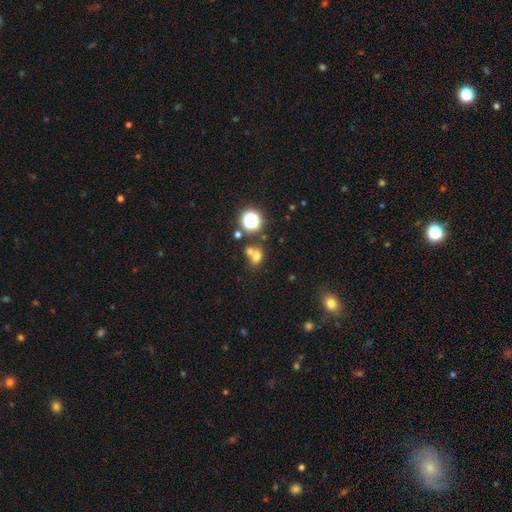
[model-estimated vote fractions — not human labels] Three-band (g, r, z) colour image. It shows a smooth galaxy with no disk features (68%) that is round (52%). Merging: none (48%).